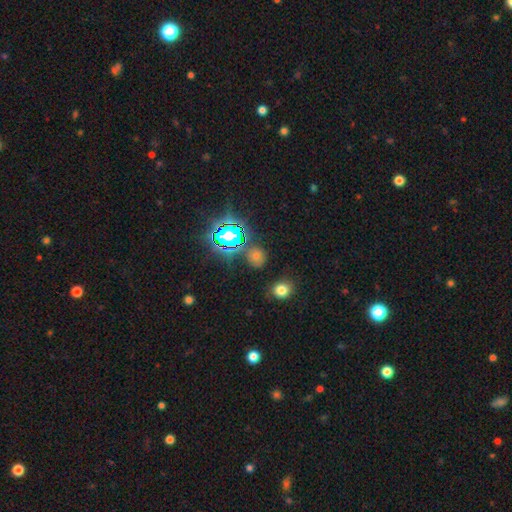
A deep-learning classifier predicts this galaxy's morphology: smooth_or_featured: star or artifact (p=0.50) [alt: smooth p=0.41]